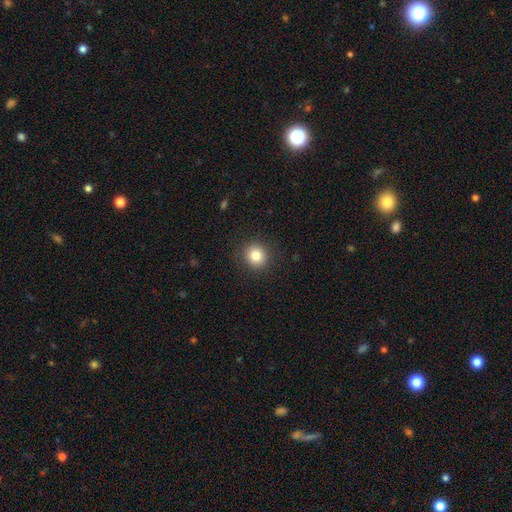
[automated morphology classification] Smooth or featured?
  - smooth: 82% *
  - star or artifact: 11%
  - featured or disk: 7%
How rounded?
  - round: 91% *
  - in between: 9%
  - cigar-shaped: 1%
Merging?
  - none: 90% *
  - minor disturbance: 6%
  - major disturbance: 2%
  - merger: 1%